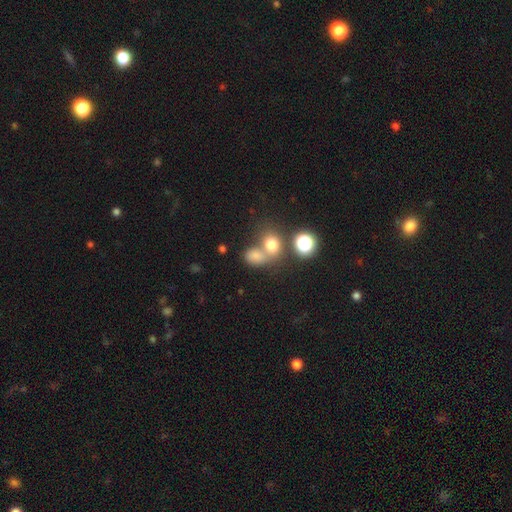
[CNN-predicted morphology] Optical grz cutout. It shows a smooth galaxy with no disk features (72%) that is in between round and cigar-shaped (53%). Merging: merger (46%).